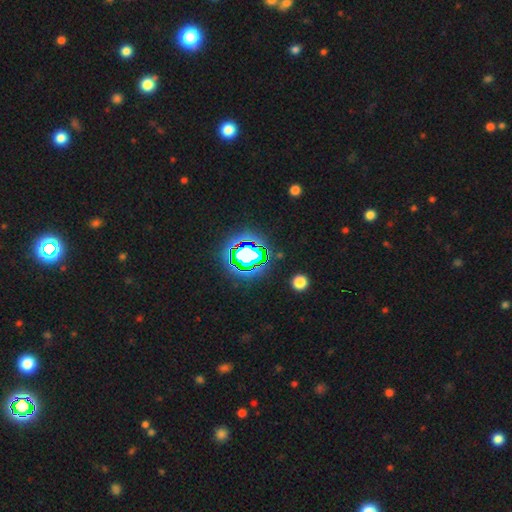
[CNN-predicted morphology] The model was most divided on "smooth or featured": star or artifact: 77%, smooth: 14%, featured or disk: 9%.